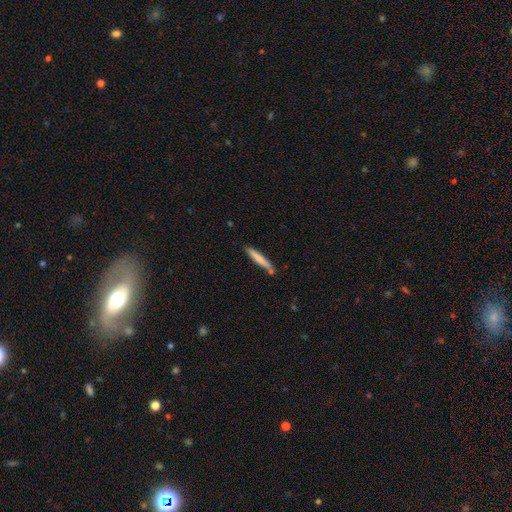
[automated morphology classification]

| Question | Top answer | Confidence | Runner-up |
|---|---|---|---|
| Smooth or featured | smooth | 71% | featured or disk (23%) |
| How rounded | cigar-shaped | 95% | in between (4%) |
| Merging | none | 84% | minor disturbance (11%) |